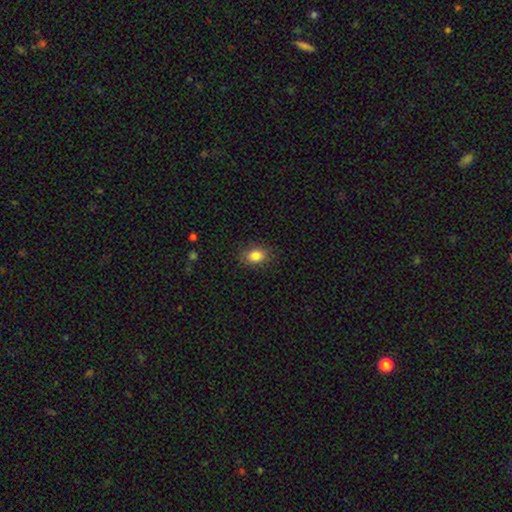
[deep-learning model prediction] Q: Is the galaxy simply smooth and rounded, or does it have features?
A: smooth — 84%.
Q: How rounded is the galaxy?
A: in between — 77%.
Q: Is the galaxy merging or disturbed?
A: none — 84%.